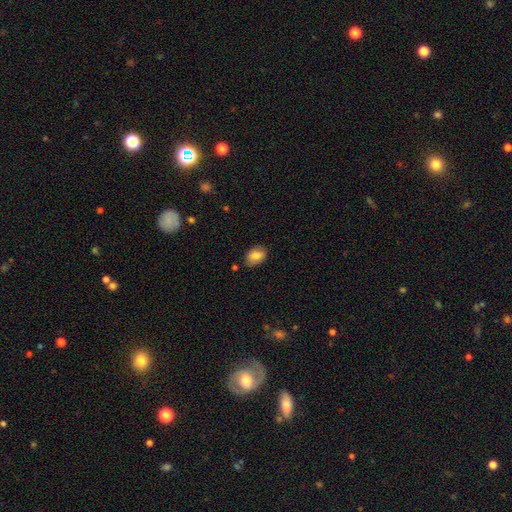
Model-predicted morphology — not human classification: Q: Smooth or featured?
A: smooth (80%); runner-up: featured or disk (12%)
Q: How rounded?
A: in between (83%); runner-up: round (16%)
Q: Merging?
A: none (80%); runner-up: minor disturbance (15%)